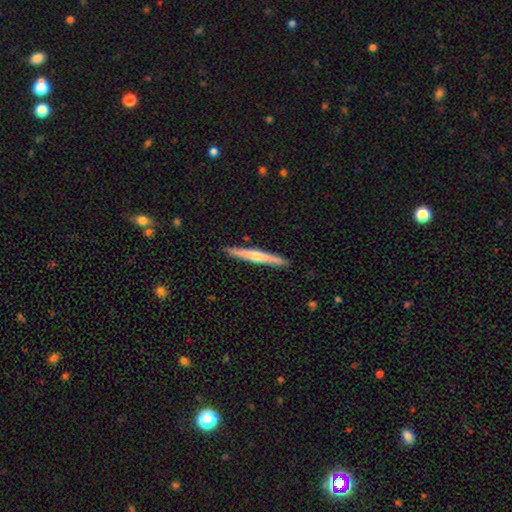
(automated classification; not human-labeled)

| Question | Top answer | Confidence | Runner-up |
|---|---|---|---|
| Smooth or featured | featured or disk | 52% | smooth (43%) |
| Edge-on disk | yes | 97% | no (3%) |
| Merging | none | 91% | minor disturbance (7%) |